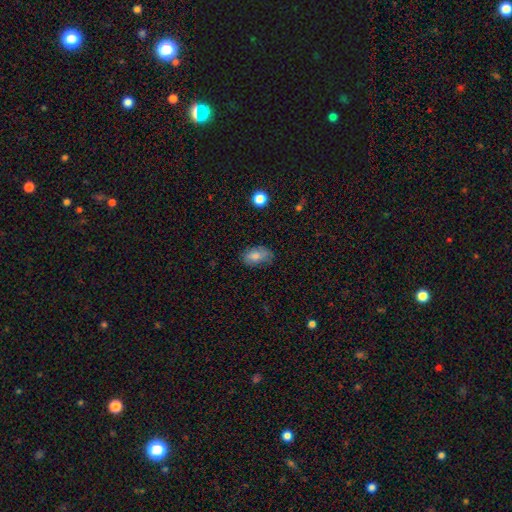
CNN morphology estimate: Overall: smooth (77%). How rounded: in between (90%). Merging: none (66%; minor disturbance 26%).